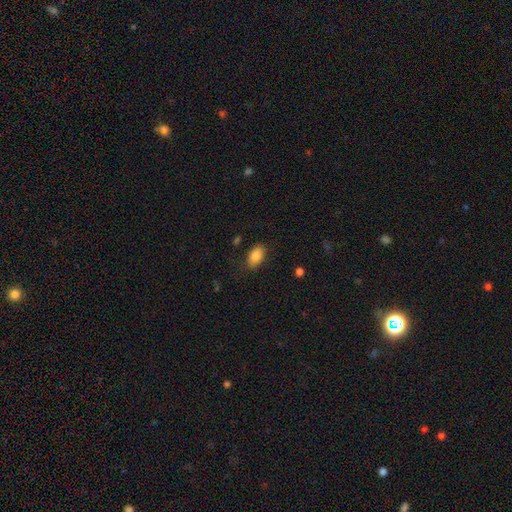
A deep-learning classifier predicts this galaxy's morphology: Smooth or featured? Predicted: smooth (p=0.86). How rounded? Predicted: in between (p=0.91). Merging? Predicted: none (p=0.80).